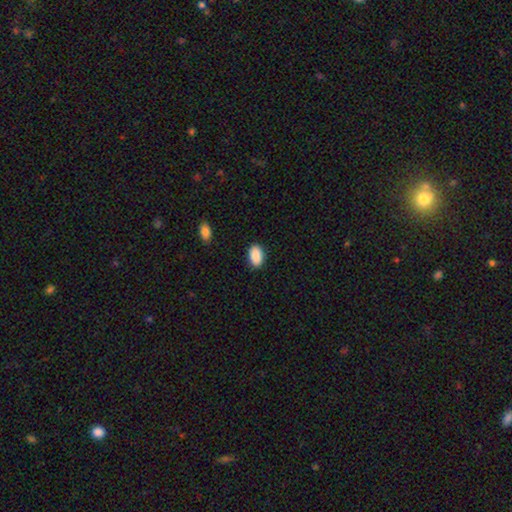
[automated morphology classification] smooth-or-featured: smooth: 90% | star or artifact: 7% | featured or disk: 3%
  how-rounded: in between: 92% | round: 6% | cigar-shaped: 2%
  merging: none: 88% | minor disturbance: 9% | major disturbance: 2% | merger: 1%